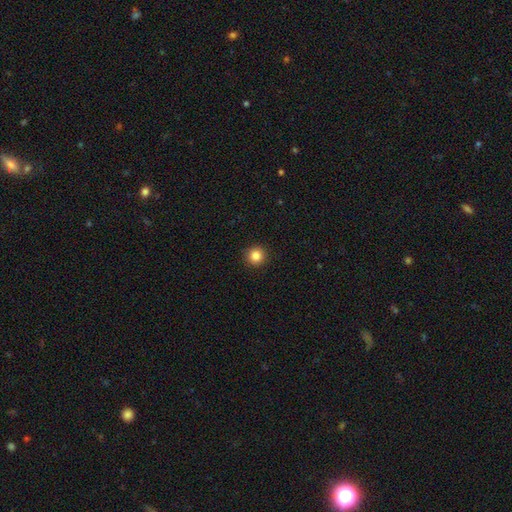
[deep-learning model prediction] Overall: smooth (85%). How rounded: round (95%). Merging: none (93%).